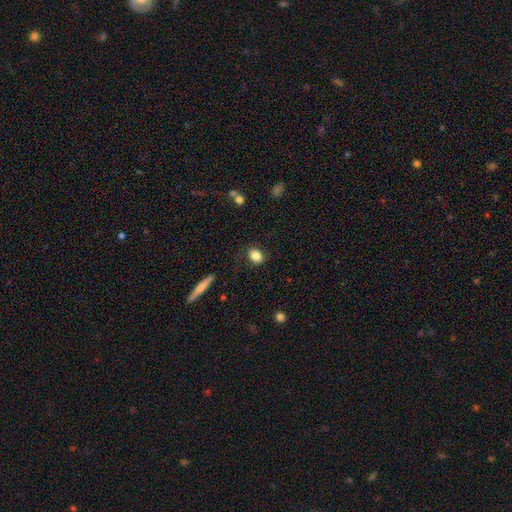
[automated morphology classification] This appears to be a smooth galaxy with no disk features (85%) that is in between round and cigar-shaped (62%). Merging: none (84%).